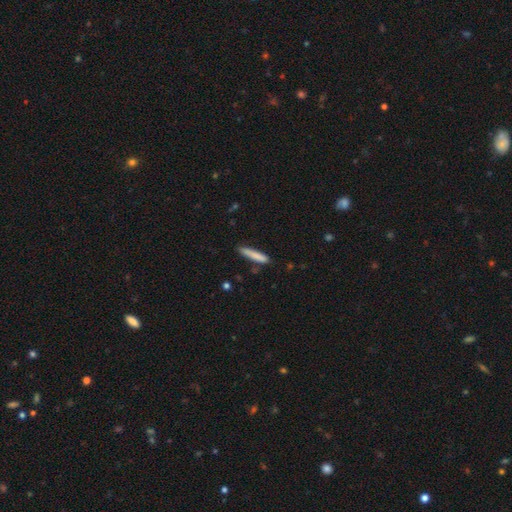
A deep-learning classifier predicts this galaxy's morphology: smooth_or_featured: smooth (p=0.82) [alt: featured or disk p=0.12]
how_rounded: cigar-shaped (p=0.91) [alt: in between p=0.08]
merging: none (p=0.80) [alt: minor disturbance p=0.15]